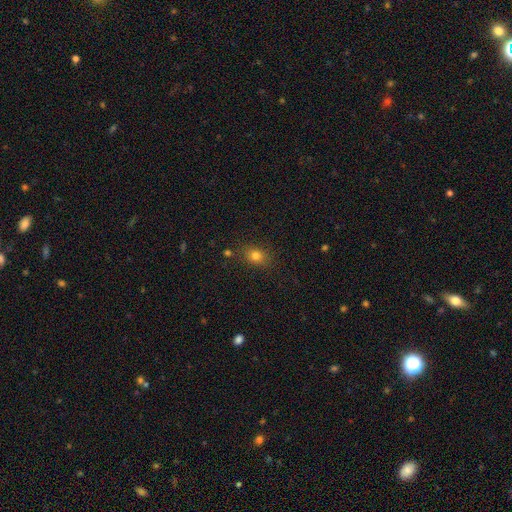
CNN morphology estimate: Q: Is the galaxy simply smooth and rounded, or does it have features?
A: smooth — 79%.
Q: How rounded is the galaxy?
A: in between — 54%.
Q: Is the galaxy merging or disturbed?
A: none — 81%.